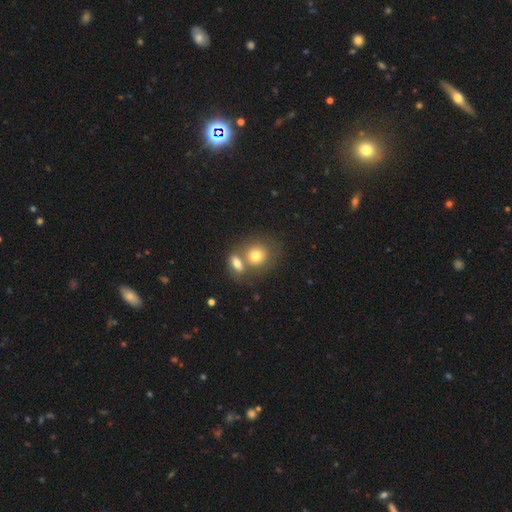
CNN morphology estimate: Smooth or featured? smooth (75%)
How rounded? round (73%)
Merging? merger (49%)